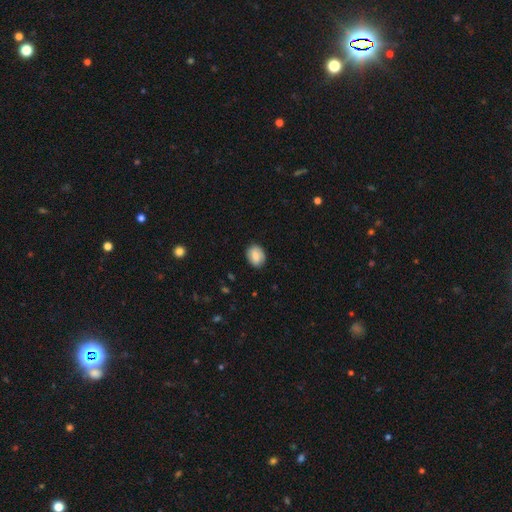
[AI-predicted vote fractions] smooth 78%, featured or disk 15%, star or artifact 7%. Down the decision tree: how rounded — in between (60%); merging — none (84%).